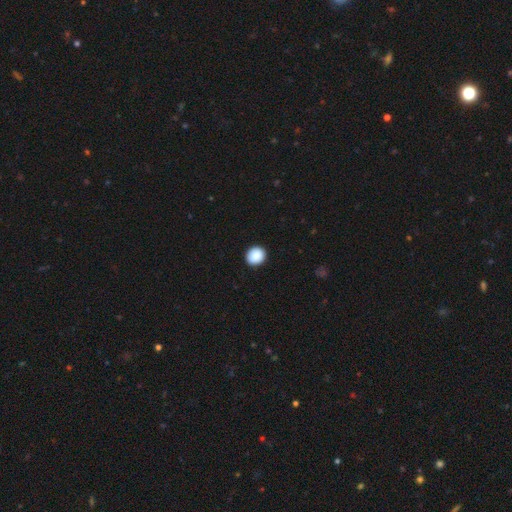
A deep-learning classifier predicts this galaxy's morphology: Smooth or featured? Predicted: smooth (p=0.90). How rounded? Predicted: round (p=0.85). Merging? Predicted: none (p=0.92).